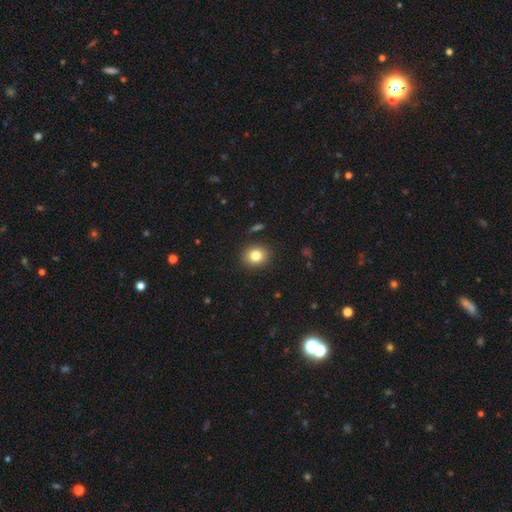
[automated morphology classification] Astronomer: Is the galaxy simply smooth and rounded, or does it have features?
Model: smooth — 82%.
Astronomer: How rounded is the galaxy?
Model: round — 71%.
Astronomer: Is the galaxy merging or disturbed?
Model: none — 90%.